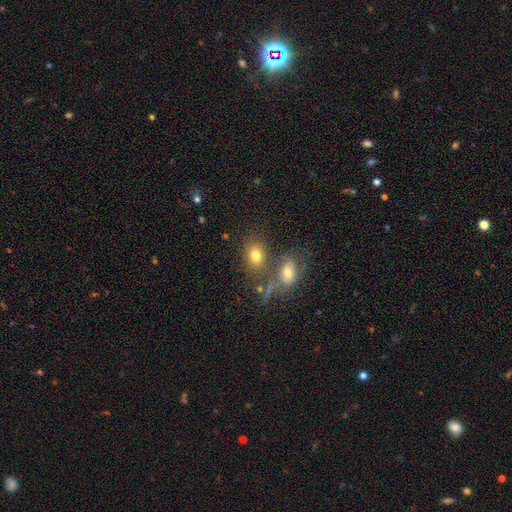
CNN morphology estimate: smooth 73%, featured or disk 15%, star or artifact 12%. Down the decision tree: how rounded — in between (72%); merging — none (55%).